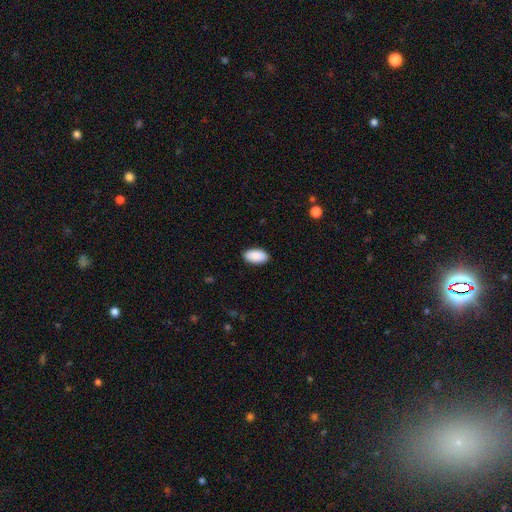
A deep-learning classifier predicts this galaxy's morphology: smooth_or_featured: smooth (p=0.91) [alt: star or artifact p=0.06]
how_rounded: in between (p=0.95) [alt: round p=0.03]
merging: none (p=0.90) [alt: minor disturbance p=0.08]